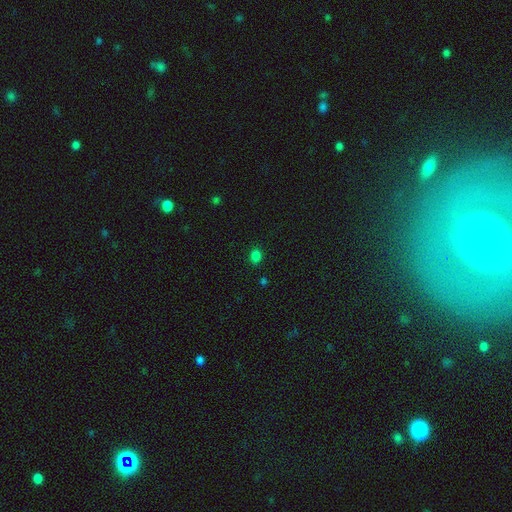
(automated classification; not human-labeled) Smooth or featured? Predicted: smooth (p=0.79). How rounded? Predicted: in between (p=0.52). Merging? Predicted: none (p=0.86).